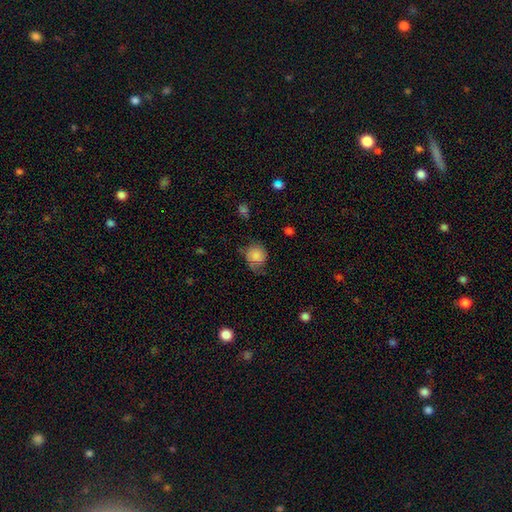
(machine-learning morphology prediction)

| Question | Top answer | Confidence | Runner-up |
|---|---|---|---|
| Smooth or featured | smooth | 79% | featured or disk (13%) |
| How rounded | round | 75% | in between (24%) |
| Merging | none | 49% | minor disturbance (34%) |